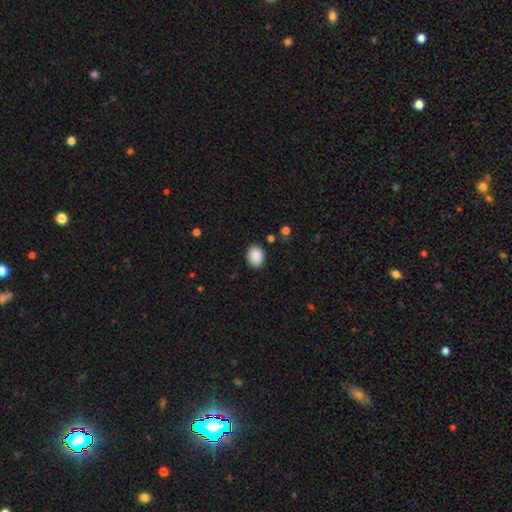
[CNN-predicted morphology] smooth-or-featured: smooth: 89% | star or artifact: 8% | featured or disk: 3%
  how-rounded: in between: 55% | round: 44% | cigar-shaped: 1%
  merging: none: 85% | minor disturbance: 10% | major disturbance: 3% | merger: 2%